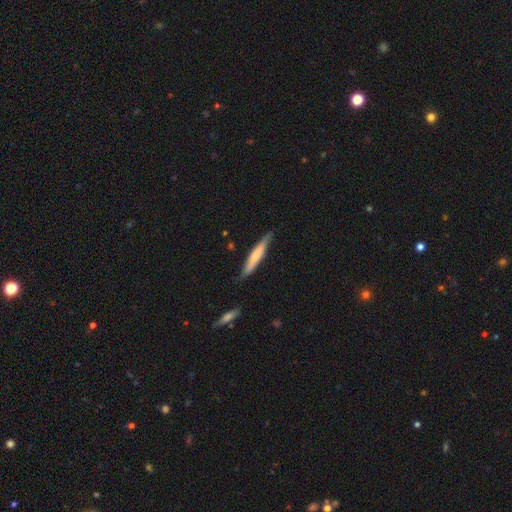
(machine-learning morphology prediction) smooth 58%, featured or disk 36%, star or artifact 5%. Down the decision tree: how rounded — cigar-shaped (91%); merging — none (78%).